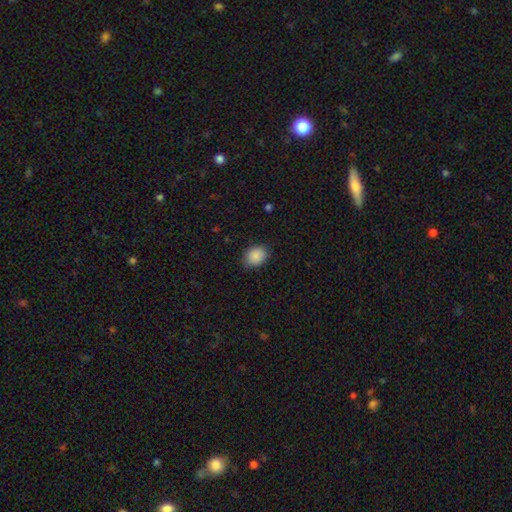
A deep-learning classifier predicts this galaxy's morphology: Smooth or featured?
  - smooth: 89% *
  - star or artifact: 8%
  - featured or disk: 4%
How rounded?
  - in between: 55% *
  - round: 44%
  - cigar-shaped: 1%
Merging?
  - none: 83% *
  - minor disturbance: 13%
  - major disturbance: 3%
  - merger: 1%